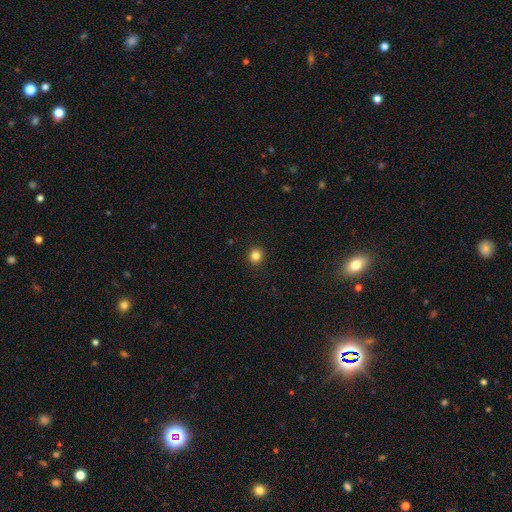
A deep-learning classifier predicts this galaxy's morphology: smooth 83%, star or artifact 13%, featured or disk 4%. Down the decision tree: how rounded — round (94%); merging — none (93%).